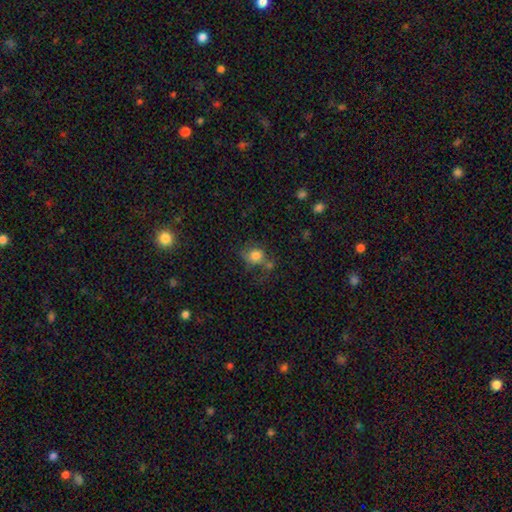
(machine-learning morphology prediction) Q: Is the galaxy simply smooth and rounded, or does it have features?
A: smooth — 78%.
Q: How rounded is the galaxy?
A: round — 72%.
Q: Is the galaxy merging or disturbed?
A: none — 50%.